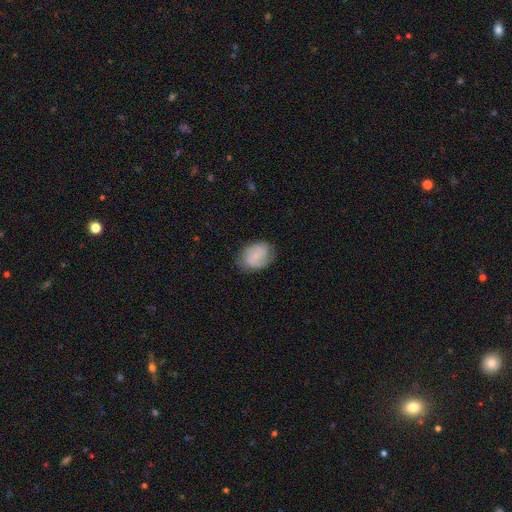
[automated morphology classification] The model was most divided on "smooth or featured": smooth: 51%, featured or disk: 41%, star or artifact: 8%. More confident: how rounded — in between (70%); merging — none (68%).